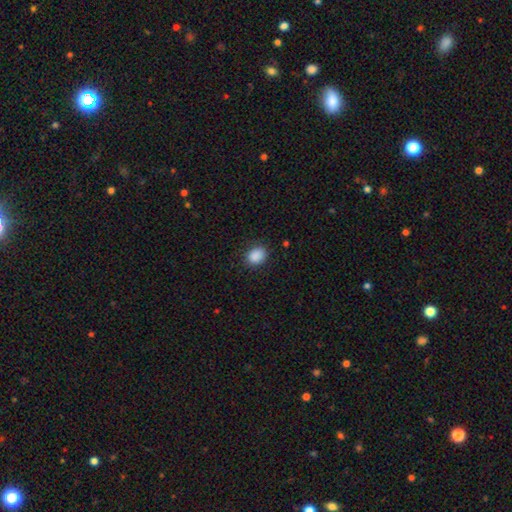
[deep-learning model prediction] This is clearly a smooth galaxy (88%). How rounded: possibly in between (58%). Merging: clearly none (85%).